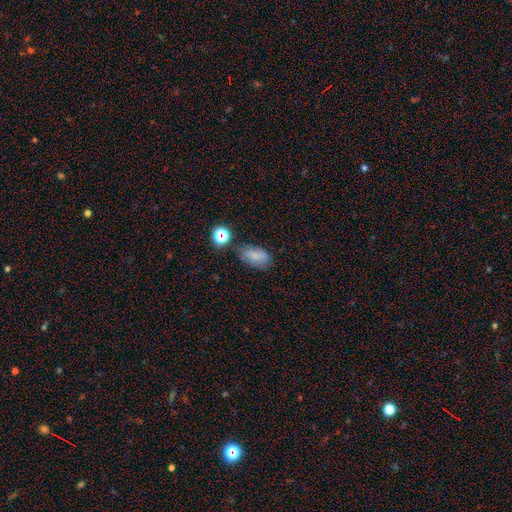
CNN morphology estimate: This appears to be a smooth galaxy with no disk features (72%) that is in between round and cigar-shaped (86%). Merging: none (68%).